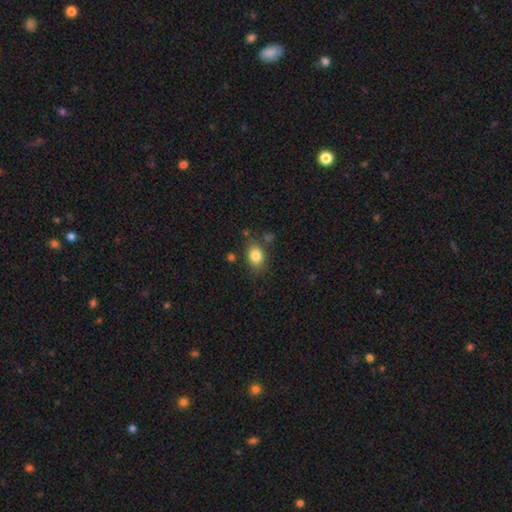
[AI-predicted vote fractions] A smooth galaxy with no disk features (83%) that is in between round and cigar-shaped (75%). Merging: none (75%).